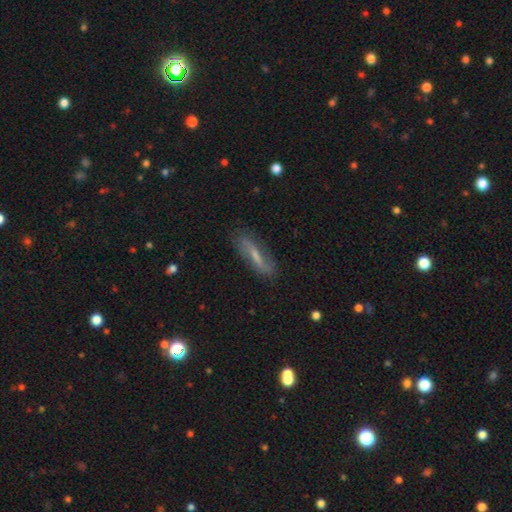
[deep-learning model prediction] smooth_or_featured: featured or disk (p=0.61) [alt: smooth p=0.31]
disk_edge_on: no (p=0.77) [alt: yes p=0.23]
merging: none (p=0.78) [alt: minor disturbance p=0.16]